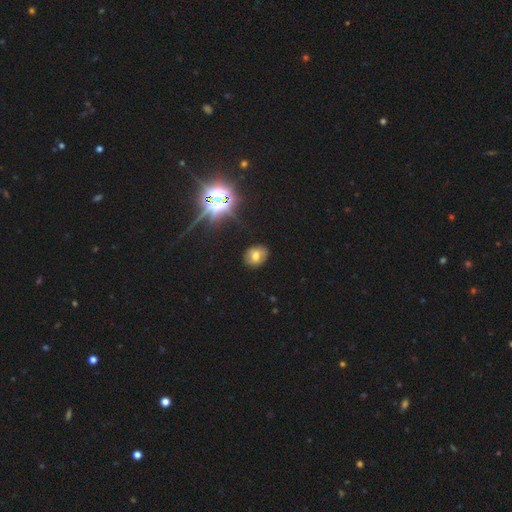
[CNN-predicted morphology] A smooth galaxy with no disk features (60%) that is round (50%). Merging: none (82%).